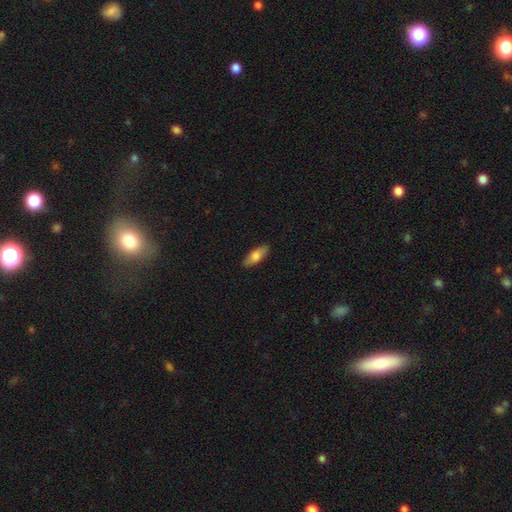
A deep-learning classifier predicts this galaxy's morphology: smooth 73%, featured or disk 21%, star or artifact 6%. Down the decision tree: how rounded — in between (73%); merging — none (87%).